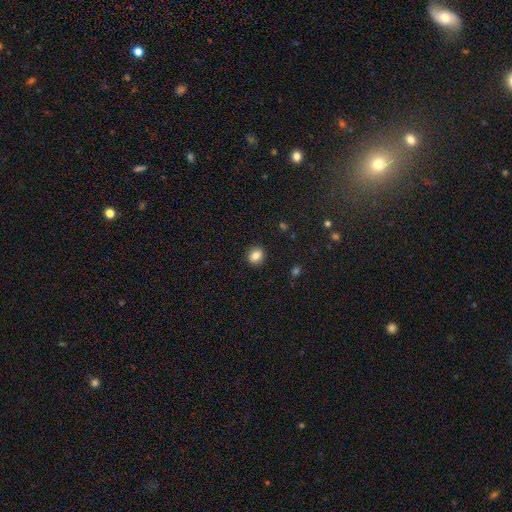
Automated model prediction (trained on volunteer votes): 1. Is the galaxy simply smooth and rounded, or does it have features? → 83% smooth, 10% star or artifact, 7% featured or disk.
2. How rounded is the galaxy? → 71% round, 28% in between, 1% cigar-shaped.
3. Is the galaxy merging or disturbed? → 90% none, 7% minor disturbance, 2% major disturbance, 1% merger.